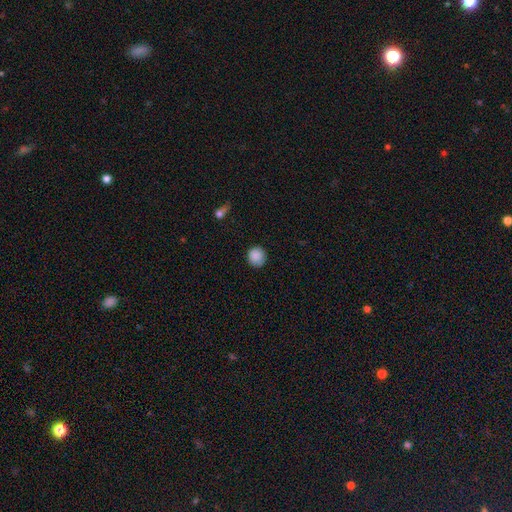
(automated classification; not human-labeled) Smooth or featured?
  - smooth: 88% *
  - star or artifact: 8%
  - featured or disk: 4%
How rounded?
  - round: 91% *
  - in between: 8%
  - cigar-shaped: 1%
Merging?
  - none: 82% *
  - minor disturbance: 14%
  - major disturbance: 3%
  - merger: 1%